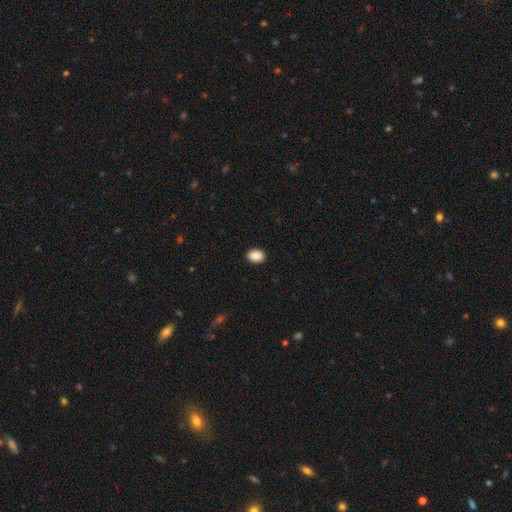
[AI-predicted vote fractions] A smooth galaxy with no disk features (89%) that is in between round and cigar-shaped (64%).

Vote fractions:
- Smooth or featured? smooth: 89% / star or artifact: 8% / featured or disk: 3%
- How rounded? in between: 64% / round: 35% / cigar-shaped: 1%
- Merging? none: 91% / minor disturbance: 6% / major disturbance: 2% / merger: 1%